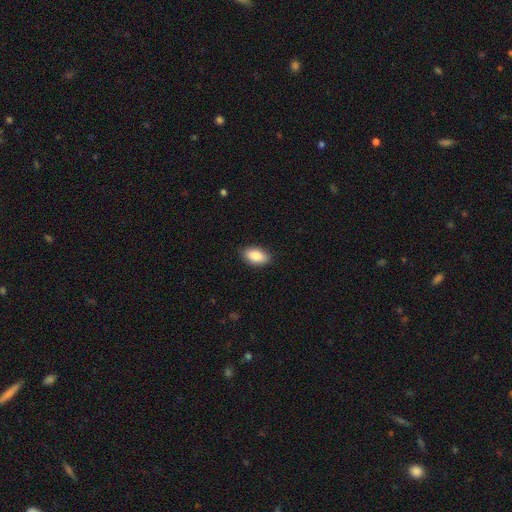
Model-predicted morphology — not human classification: A smooth galaxy with no disk features (87%) that is in between round and cigar-shaped (93%). Merging: none (88%).